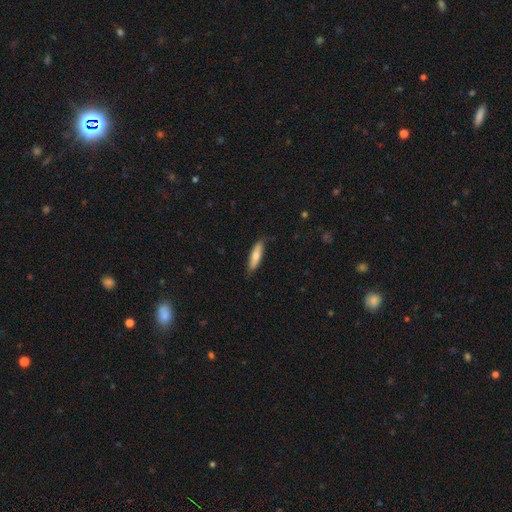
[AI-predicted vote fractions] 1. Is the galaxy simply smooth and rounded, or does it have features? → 72% smooth, 23% featured or disk, 6% star or artifact.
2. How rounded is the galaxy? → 67% cigar-shaped, 32% in between, 2% round.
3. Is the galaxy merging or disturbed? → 78% none, 18% minor disturbance, 3% major disturbance, 1% merger.